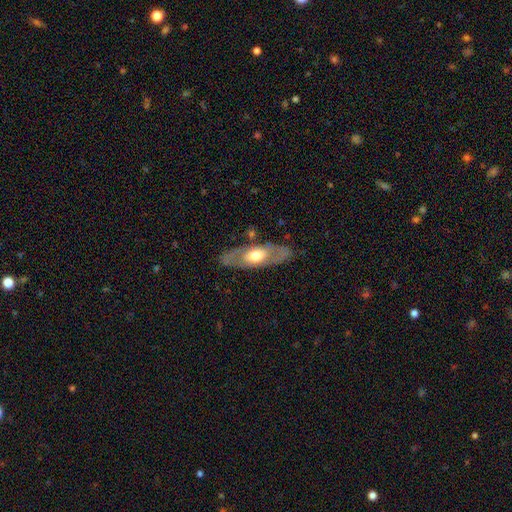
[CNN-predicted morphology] A featured or disk galaxy (55%).

Vote fractions:
- Smooth or featured? featured or disk: 55% / smooth: 40% / star or artifact: 5%
- Edge-on disk? no: 70% / yes: 30%
- Merging? none: 81% / minor disturbance: 13% / major disturbance: 4% / merger: 2%